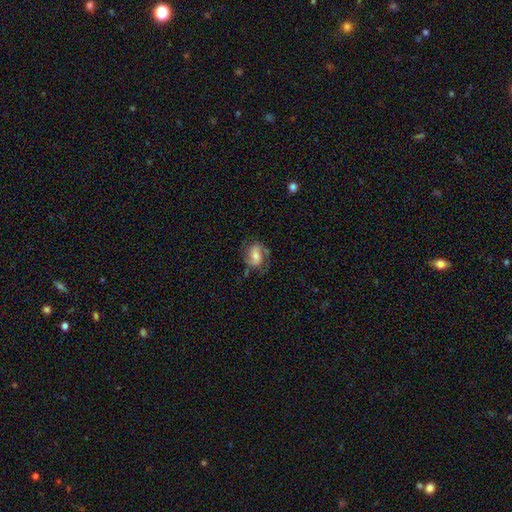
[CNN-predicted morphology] The model was most divided on "bar": weak: 40%, no: 37%, strong: 23%. Remaining: edge-on disk — no (96%); spiral arms — yes (87%); spiral arm count — 2 (82%); merging — none (62%); smooth or featured — featured or disk (60%); bulge size — moderate (53%); spiral winding — medium (47%).